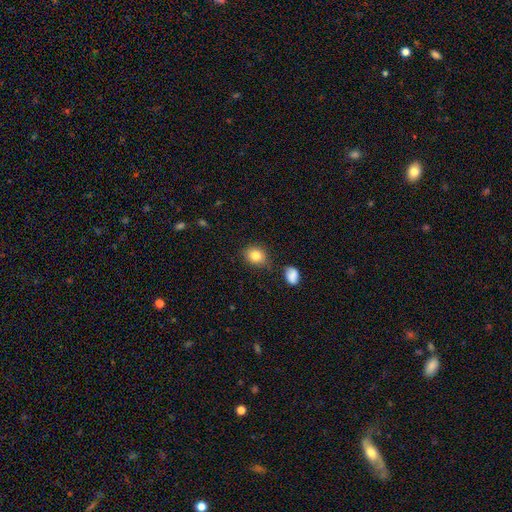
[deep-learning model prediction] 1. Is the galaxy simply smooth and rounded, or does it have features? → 82% smooth, 10% star or artifact, 7% featured or disk.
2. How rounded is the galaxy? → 61% round, 38% in between, 1% cigar-shaped.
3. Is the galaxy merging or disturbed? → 74% none, 17% minor disturbance, 5% merger, 4% major disturbance.